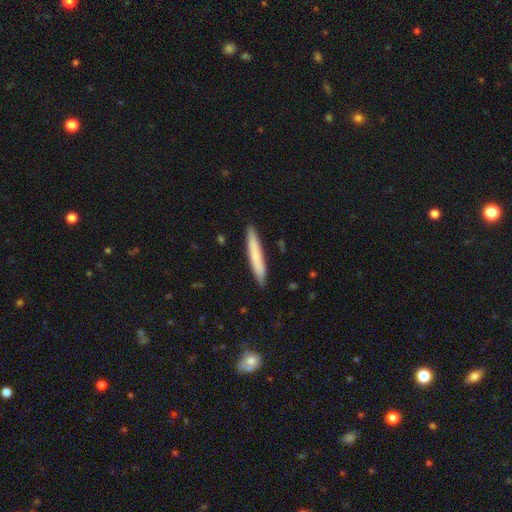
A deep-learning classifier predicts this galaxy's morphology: This is likely a smooth galaxy (72%). How rounded: clearly cigar-shaped (95%). Merging: clearly none (89%).